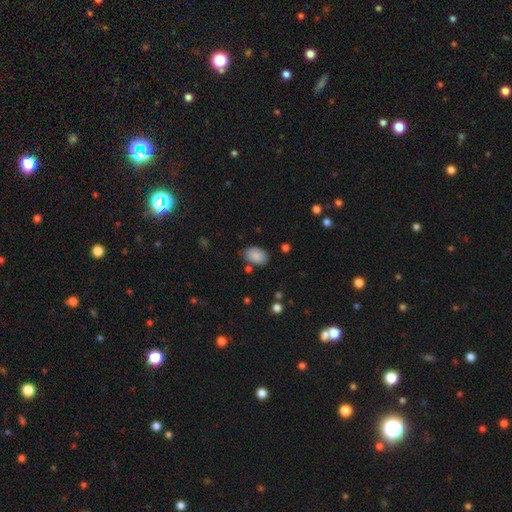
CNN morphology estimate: A smooth galaxy with no disk features (87%) that is in between round and cigar-shaped (90%).

Vote fractions:
- Smooth or featured? smooth: 87% / star or artifact: 7% / featured or disk: 6%
- How rounded? in between: 90% / round: 9% / cigar-shaped: 1%
- Merging? none: 74% / minor disturbance: 18% / merger: 4% / major disturbance: 4%